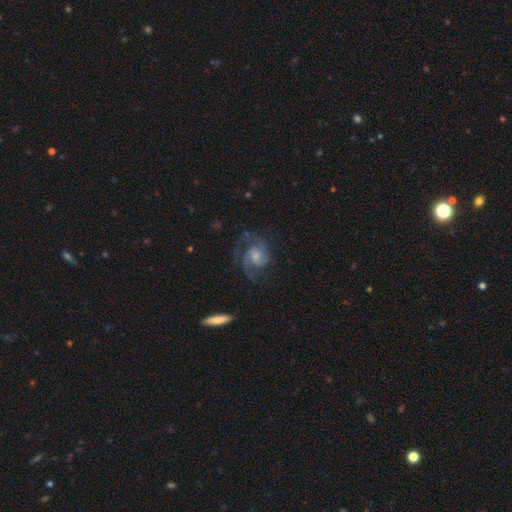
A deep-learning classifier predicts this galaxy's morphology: Overall: featured or disk (85%). Edge-on disk: no (97%). Bar: no (54%; weak 38%). Spiral arms: yes (97%). Spiral arm count: 2 (60%). Spiral winding: medium (50%; tight 35%). Bulge size: moderate (44%; small 40%). Merging: none (68%).